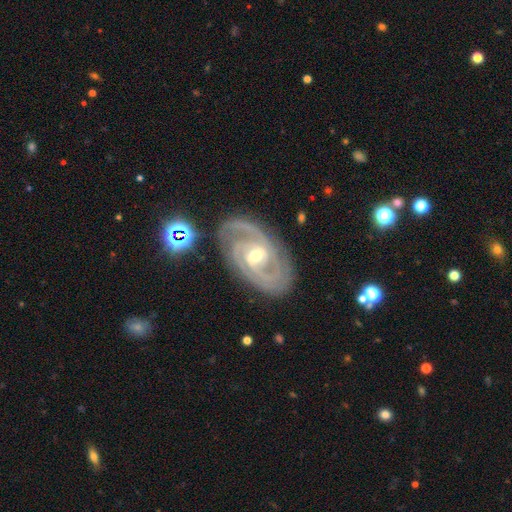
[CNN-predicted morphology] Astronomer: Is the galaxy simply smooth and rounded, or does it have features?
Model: featured or disk — 92%.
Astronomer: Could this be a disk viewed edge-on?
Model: no — 97%.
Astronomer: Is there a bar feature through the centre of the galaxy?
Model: weak — 48% (runner-up: no, 28%).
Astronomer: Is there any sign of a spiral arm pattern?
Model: yes — 98%.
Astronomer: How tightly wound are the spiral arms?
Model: tight — 62%.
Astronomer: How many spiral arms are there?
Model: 2 — 47% (runner-up: 3, 31%).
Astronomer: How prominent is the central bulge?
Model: moderate — 58% (runner-up: small, 38%).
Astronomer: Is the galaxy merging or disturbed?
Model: none — 79%.